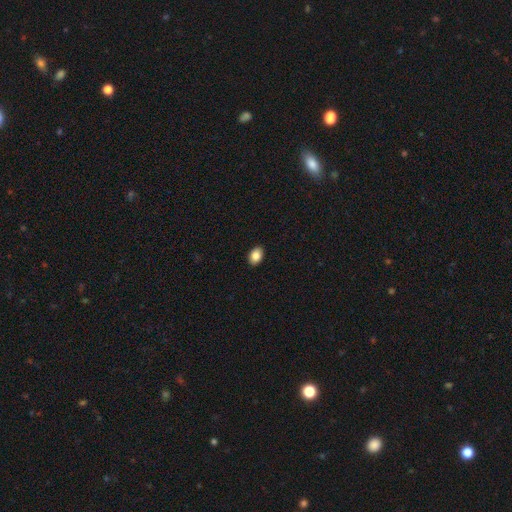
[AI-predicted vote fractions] Morphology: type=smooth (86%); roundness=in between (81%); merging=none (91%).